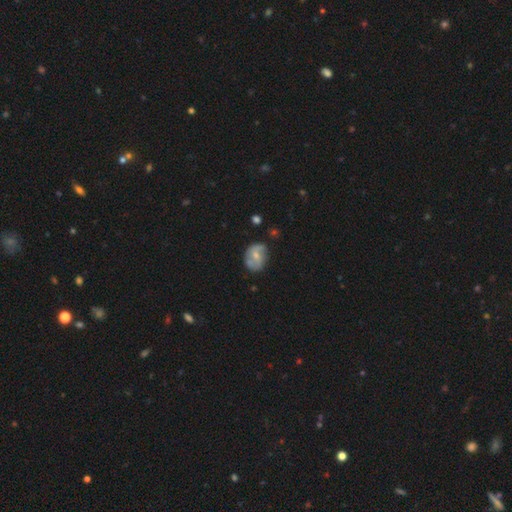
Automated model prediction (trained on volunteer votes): A featured or disk galaxy (54%) with no bar (51%), spiral arms (68%) and a small central bulge (50%).

Vote fractions:
- Smooth or featured? featured or disk: 54% / smooth: 39% / star or artifact: 7%
- Edge-on disk? no: 96% / yes: 4%
- Bar? no: 51% / weak: 39% / strong: 10%
- Spiral arms? yes: 68% / no: 32%
- Bulge size? small: 50% / moderate: 41% / none: 6% / large: 2% / dominant: 1%
- Merging? none: 60% / minor disturbance: 26% / major disturbance: 9% / merger: 5%